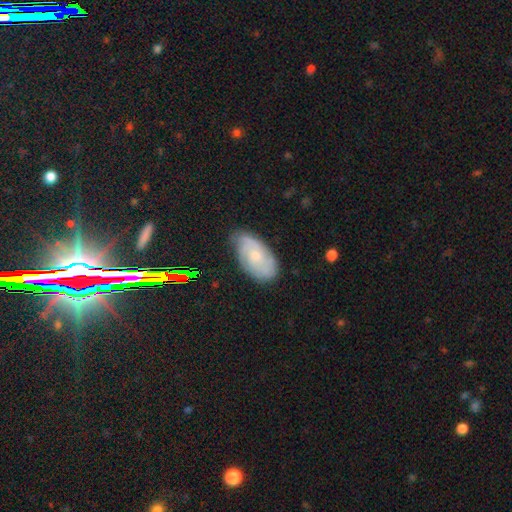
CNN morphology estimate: Smooth or featured? featured or disk (58%)
Edge-on disk? no (94%)
Bar? no (73%)
Spiral arms? yes (87%)
Bulge size? small (54%)
Merging? none (69%)